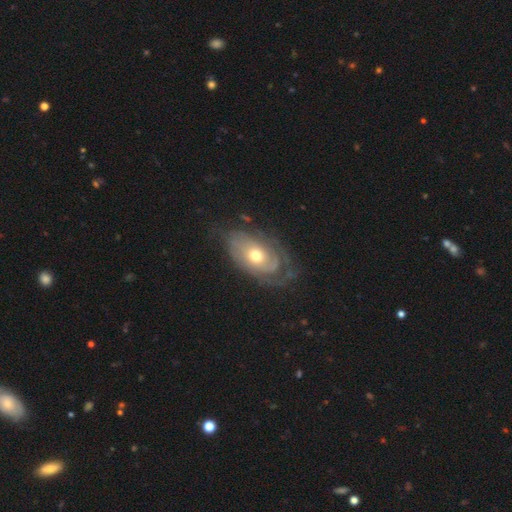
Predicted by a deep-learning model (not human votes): smooth-or-featured: featured or disk: 70% | smooth: 24% | star or artifact: 6%
  disk-edge-on: no: 93% | yes: 7%
    bar: no: 85% | weak: 12% | strong: 3%
    has-spiral-arms: yes: 75% | no: 25%
    bulge-size: moderate: 71% | small: 20% | large: 7% | dominant: 1% | none: 1%
  merging: none: 60% | minor disturbance: 24% | major disturbance: 14% | merger: 2%